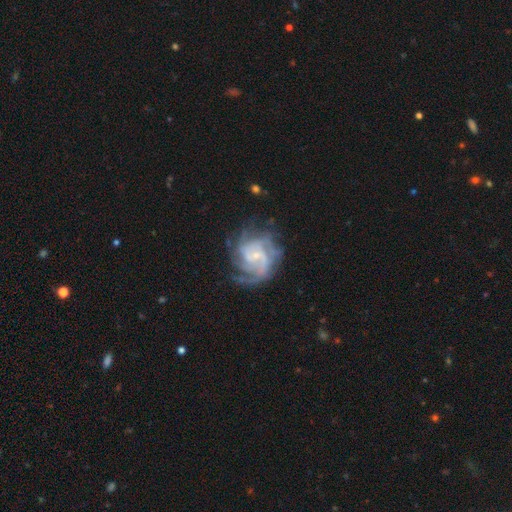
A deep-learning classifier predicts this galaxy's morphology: smooth_or_featured: featured or disk (p=0.87) [alt: smooth p=0.07]
disk_edge_on: no (p=0.98) [alt: yes p=0.02]
bar: no (p=0.54) [alt: weak p=0.38]
has_spiral_arms: yes (p=0.96) [alt: no p=0.04]
spiral_winding: tight (p=0.49) [alt: medium p=0.40]
spiral_arm_count: can't tell (p=0.25) [alt: 3 p=0.24]
bulge_size: small (p=0.73) [alt: moderate p=0.19]
merging: none (p=0.65) [alt: minor disturbance p=0.18]